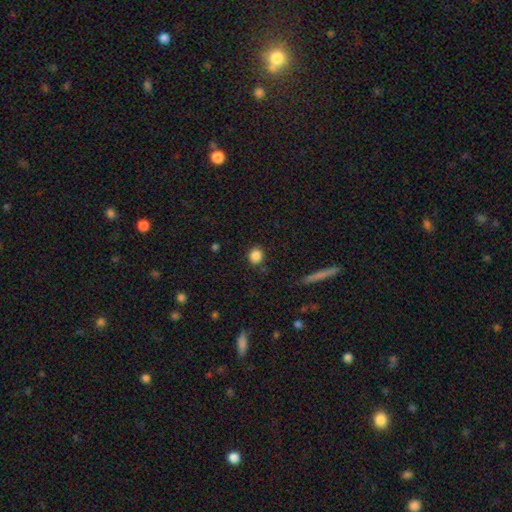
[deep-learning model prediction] This is clearly a smooth galaxy (86%). How rounded: clearly round (85%). Merging: clearly none (86%).